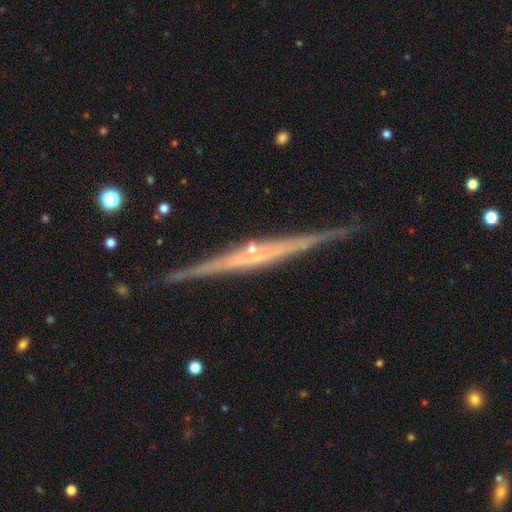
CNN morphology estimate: A featured or disk galaxy (82%) viewed edge-on (98%) with no central bulge (52%).

Vote fractions:
- Smooth or featured? featured or disk: 82% / smooth: 11% / star or artifact: 6%
- Edge-on disk? yes: 98% / no: 2%
- Edge-on bulge? none: 52% / rounded: 30% / boxy: 18%
- Merging? none: 88% / minor disturbance: 8% / merger: 2% / major disturbance: 2%